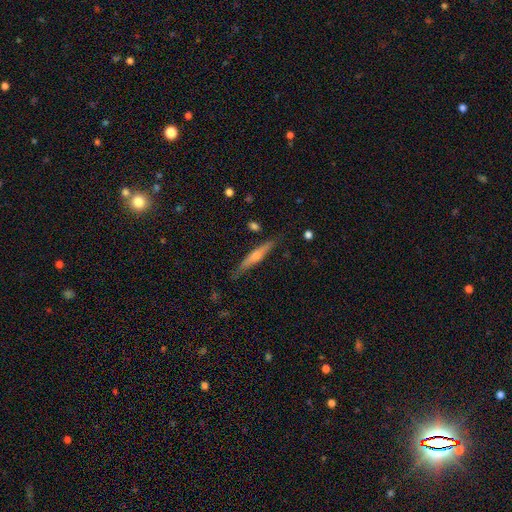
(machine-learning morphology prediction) A featured or disk galaxy (48%). Merging: none (82%).